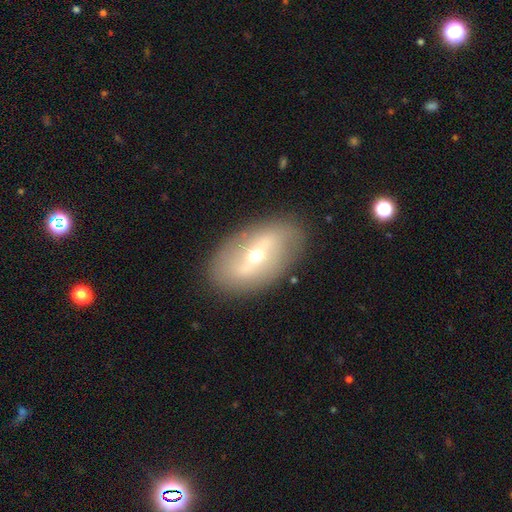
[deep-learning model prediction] Smooth or featured? featured or disk (64%)
Edge-on disk? no (86%)
Bar? strong (43%)
Spiral arms? no (62%)
Bulge size? moderate (53%)
Merging? none (85%)